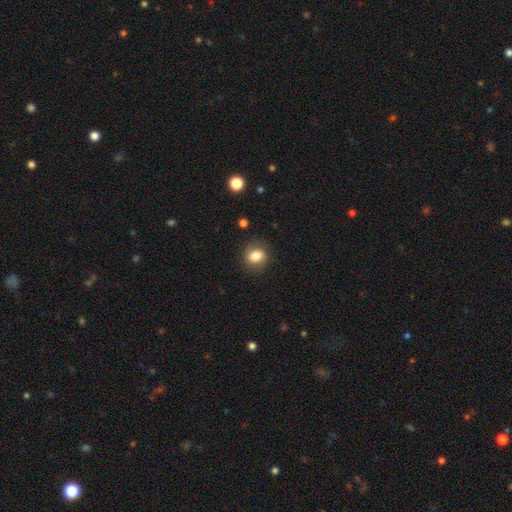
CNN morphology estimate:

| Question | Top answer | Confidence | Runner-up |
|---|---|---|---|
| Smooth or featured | smooth | 79% | featured or disk (12%) |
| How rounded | round | 63% | in between (36%) |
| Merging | none | 81% | minor disturbance (13%) |